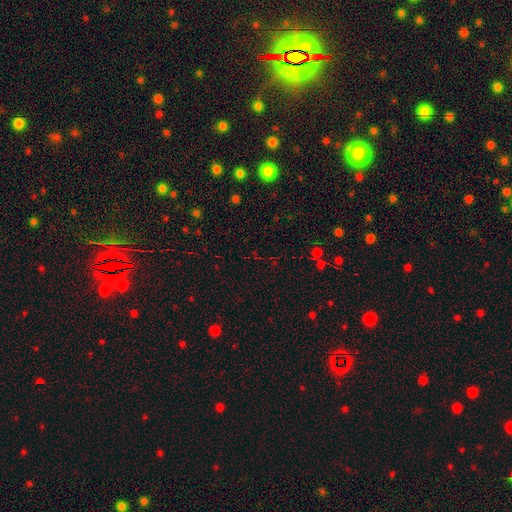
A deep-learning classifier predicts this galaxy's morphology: A star or artifact, not a galaxy (67%).

Vote fractions:
- Smooth or featured? star or artifact: 67% / smooth: 25% / featured or disk: 8%